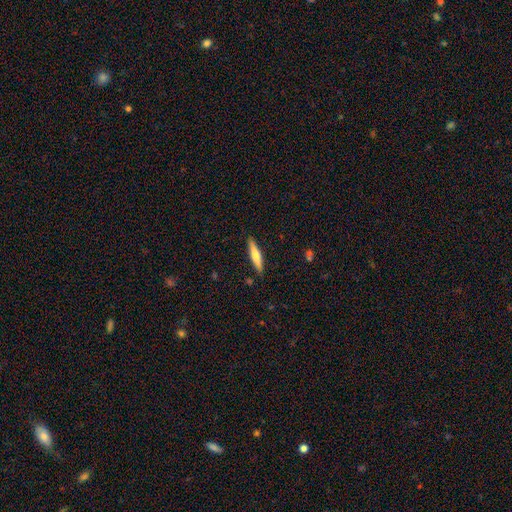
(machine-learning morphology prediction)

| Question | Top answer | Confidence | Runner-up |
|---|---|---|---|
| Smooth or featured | smooth | 62% | featured or disk (33%) |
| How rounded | cigar-shaped | 87% | in between (12%) |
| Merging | none | 89% | minor disturbance (8%) |